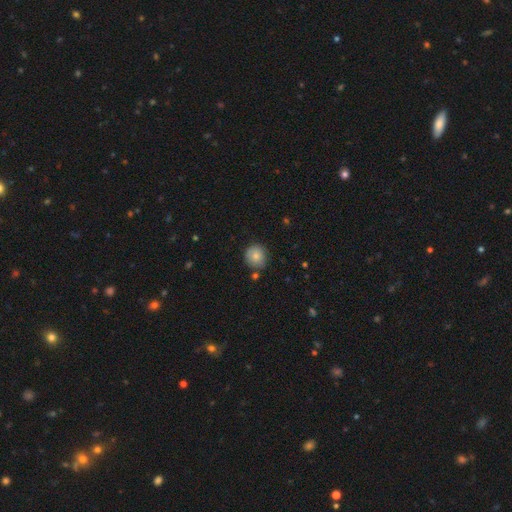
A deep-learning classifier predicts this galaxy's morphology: type=smooth (80%); roundness=round (91%); merging=none (81%).